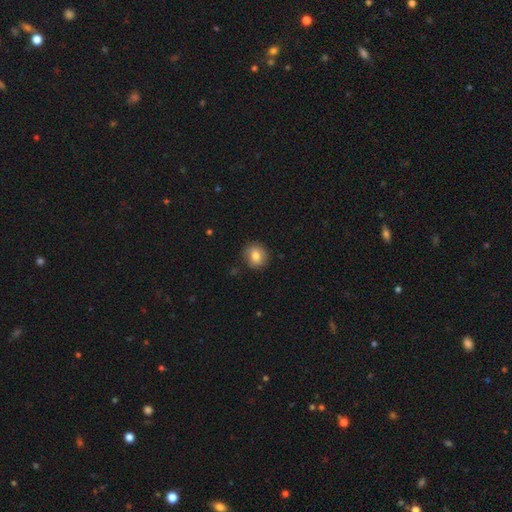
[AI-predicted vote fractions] The model was most divided on "how rounded": round: 79%, in between: 20%, cigar-shaped: 1%. More confident: merging — none (84%); smooth or featured — smooth (81%).